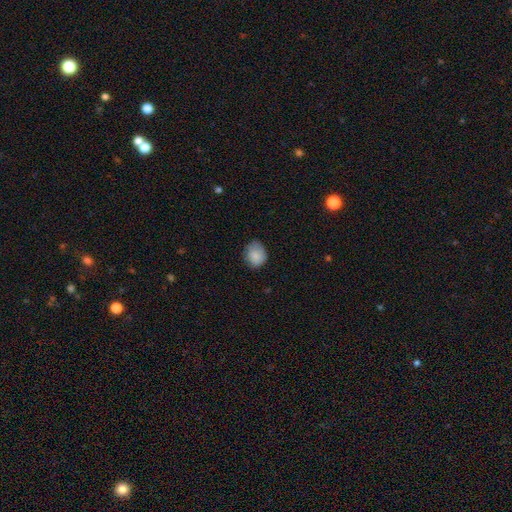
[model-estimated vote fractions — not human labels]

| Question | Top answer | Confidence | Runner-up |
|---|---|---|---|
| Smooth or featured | smooth | 85% | featured or disk (8%) |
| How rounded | round | 56% | in between (43%) |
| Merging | none | 67% | minor disturbance (26%) |